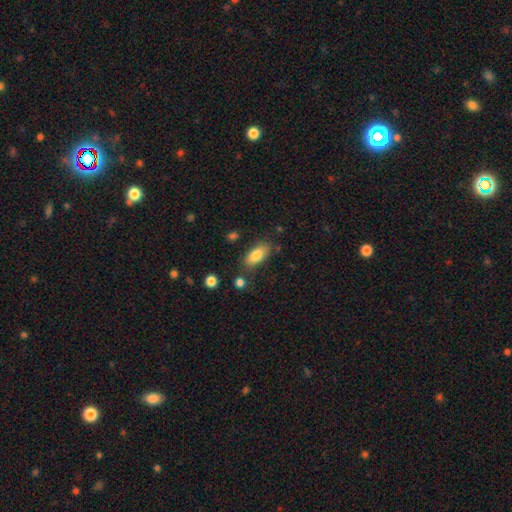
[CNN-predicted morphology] Smooth or featured? smooth (84%)
How rounded? in between (87%)
Merging? none (77%)